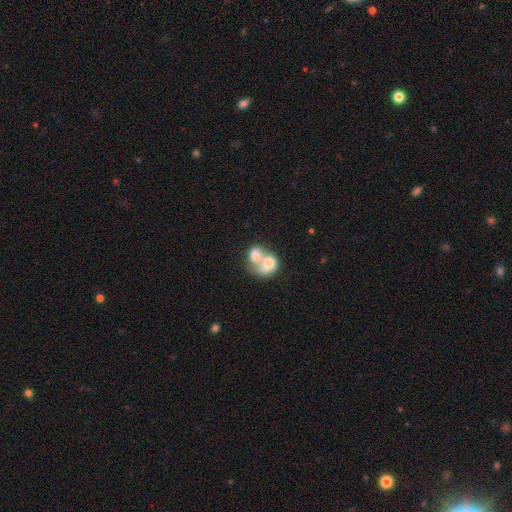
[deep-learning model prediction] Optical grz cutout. It shows a smooth galaxy with no disk features (66%) that is in between round and cigar-shaped (63%). Merging: merger (78%).